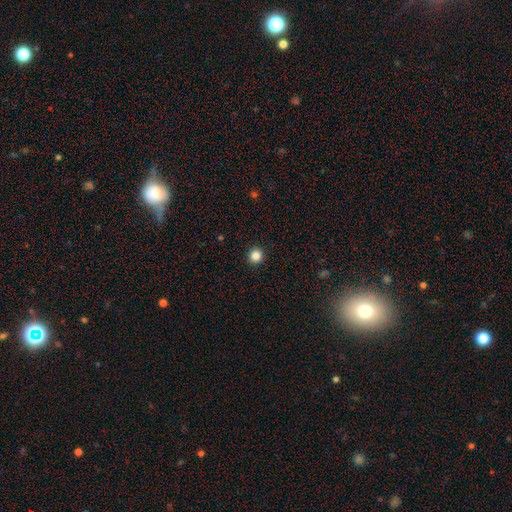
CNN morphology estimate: Smooth or featured?
  - smooth: 84% *
  - star or artifact: 11%
  - featured or disk: 4%
How rounded?
  - round: 94% *
  - in between: 5%
  - cigar-shaped: 1%
Merging?
  - none: 93% *
  - minor disturbance: 4%
  - major disturbance: 1%
  - merger: 1%